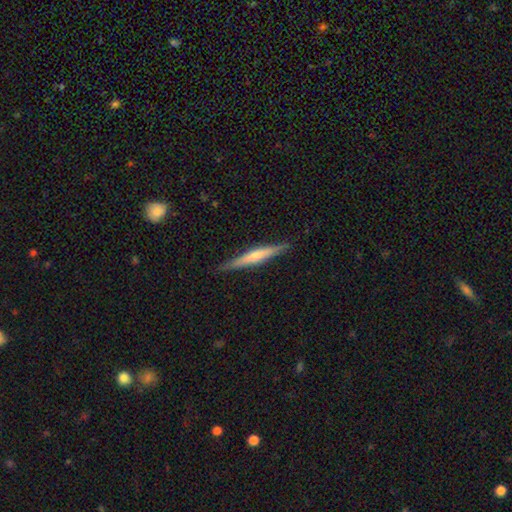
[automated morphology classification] smooth-or-featured: featured or disk: 55% | smooth: 39% | star or artifact: 5%
  disk-edge-on: yes: 97% | no: 3%
    edge-on-bulge: rounded: 56% | none: 31% | boxy: 14%
  merging: none: 89% | minor disturbance: 8% | major disturbance: 2% | merger: 1%